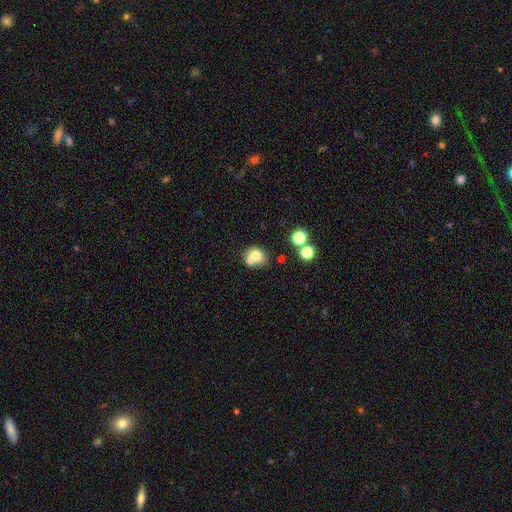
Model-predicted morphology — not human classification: A smooth galaxy with no disk features (71%) that is round (70%). Merging: merger (45%).